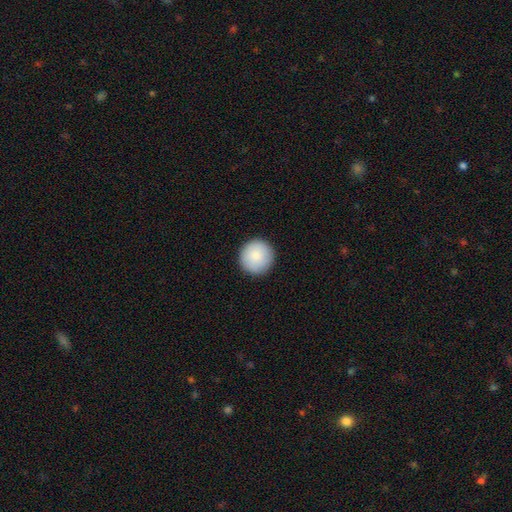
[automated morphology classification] smooth 87%, star or artifact 7%, featured or disk 6%. Down the decision tree: how rounded — round (95%); merging — none (91%).